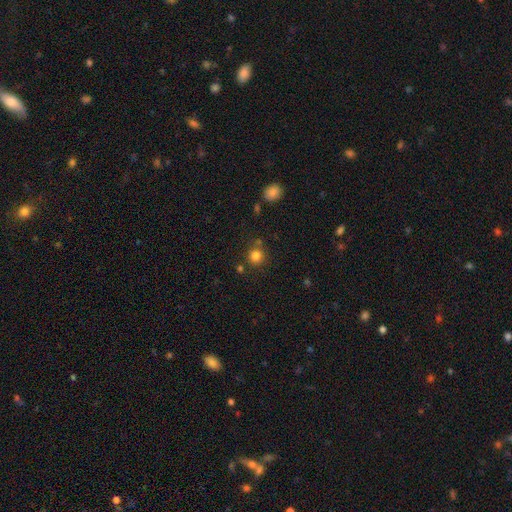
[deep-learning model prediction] Smooth or featured: smooth — 82% (star or artifact — 13%)
How rounded: round — 91% (in between — 8%)
Merging: none — 80% (minor disturbance — 10%)